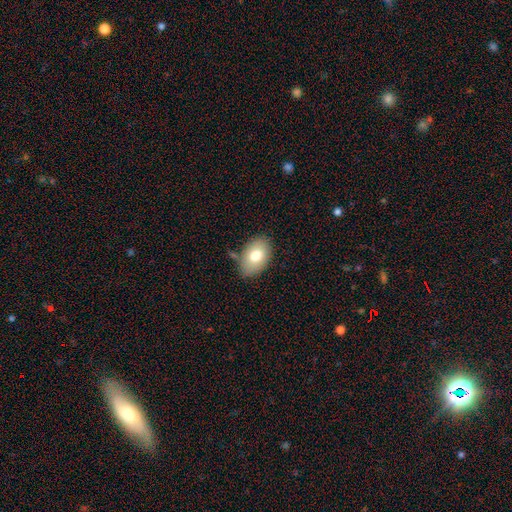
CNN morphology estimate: smooth-or-featured: smooth: 77% | featured or disk: 16% | star or artifact: 8%
  how-rounded: in between: 89% | round: 10% | cigar-shaped: 1%
  merging: none: 77% | minor disturbance: 16% | major disturbance: 4% | merger: 3%